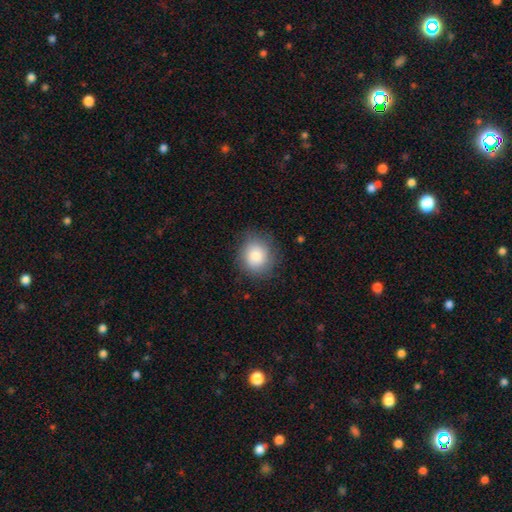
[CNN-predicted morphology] type=smooth (83%); roundness=round (83%); merging=none (83%).